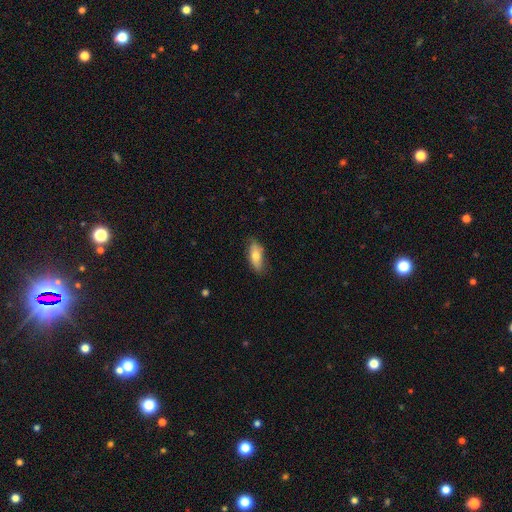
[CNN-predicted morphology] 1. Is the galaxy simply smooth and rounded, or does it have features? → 70% smooth, 24% featured or disk, 7% star or artifact.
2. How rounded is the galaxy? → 77% in between, 20% cigar-shaped, 3% round.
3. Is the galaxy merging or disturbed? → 78% none, 18% minor disturbance, 3% major disturbance, 1% merger.